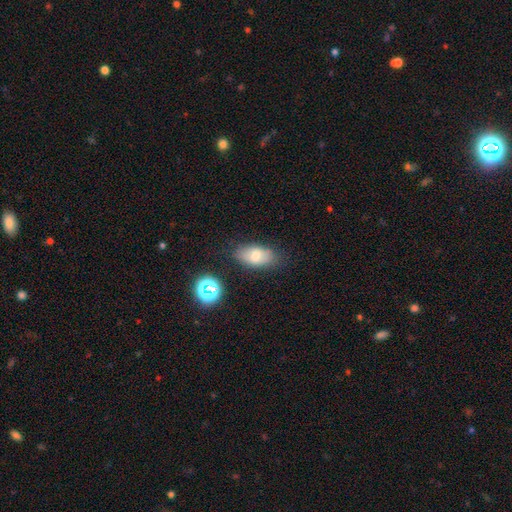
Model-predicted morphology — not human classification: This is likely a smooth galaxy (70%). How rounded: clearly in between (89%). Merging: likely none (75%).